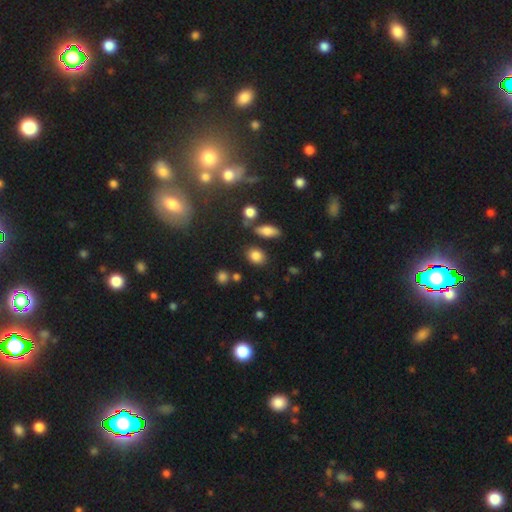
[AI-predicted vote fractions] Smooth or featured? smooth (82%)
How rounded? in between (62%)
Merging? none (79%)